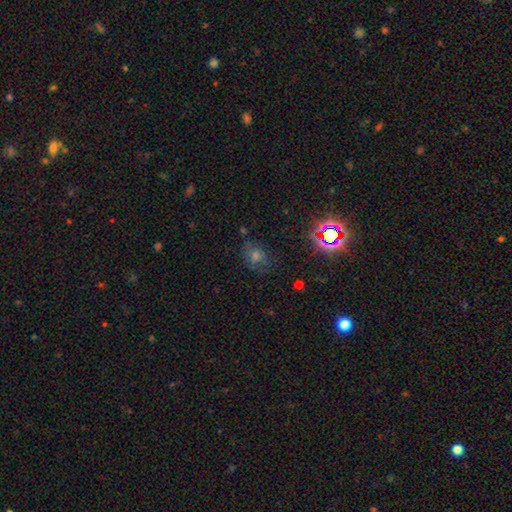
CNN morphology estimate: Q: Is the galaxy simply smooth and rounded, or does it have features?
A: smooth — 46%.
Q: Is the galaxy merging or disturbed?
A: none — 72%.